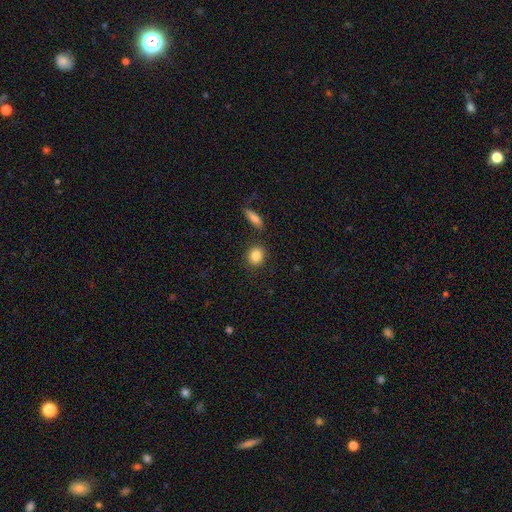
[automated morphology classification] smooth 87%, star or artifact 8%, featured or disk 5%. Down the decision tree: how rounded — round (67%); merging — none (83%).